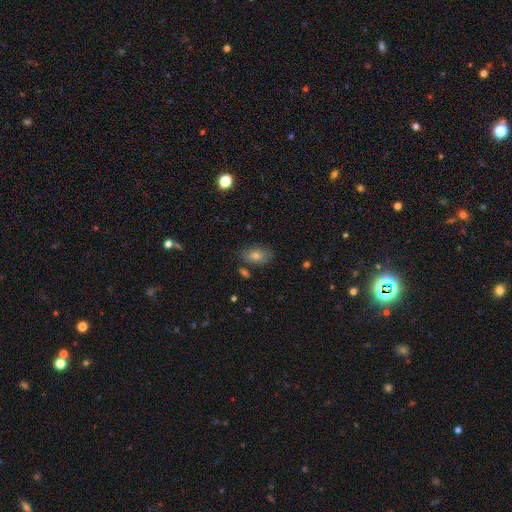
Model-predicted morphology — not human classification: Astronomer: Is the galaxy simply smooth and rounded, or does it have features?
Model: smooth — 65%.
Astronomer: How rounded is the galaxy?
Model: in between — 84%.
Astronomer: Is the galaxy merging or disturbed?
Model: none — 74%.